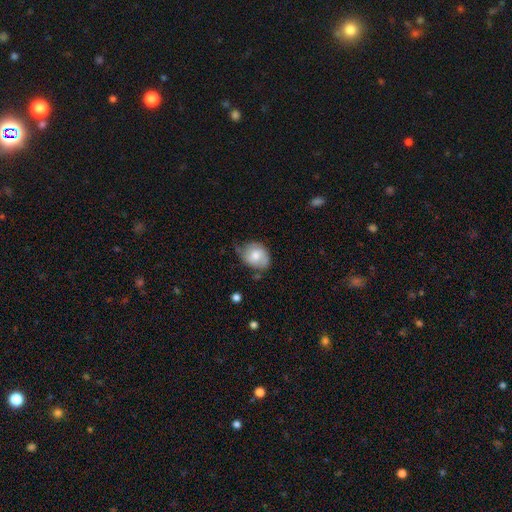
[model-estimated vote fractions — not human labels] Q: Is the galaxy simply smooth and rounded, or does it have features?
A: smooth — 62%.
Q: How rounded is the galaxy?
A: round — 50%.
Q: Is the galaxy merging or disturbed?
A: none — 48%.